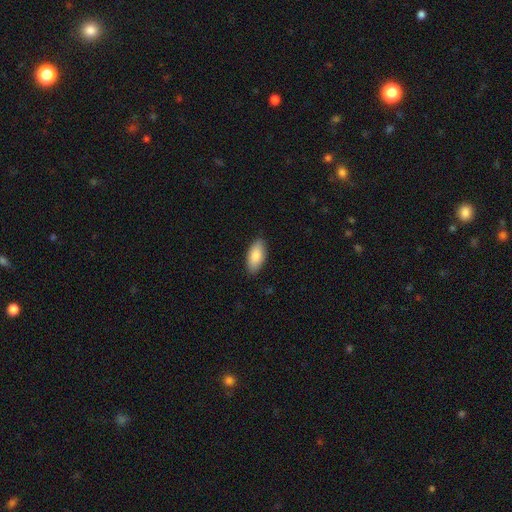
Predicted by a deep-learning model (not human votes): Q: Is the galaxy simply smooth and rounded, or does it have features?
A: smooth — 86%.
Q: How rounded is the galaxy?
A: in between — 91%.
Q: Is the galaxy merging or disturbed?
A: none — 86%.